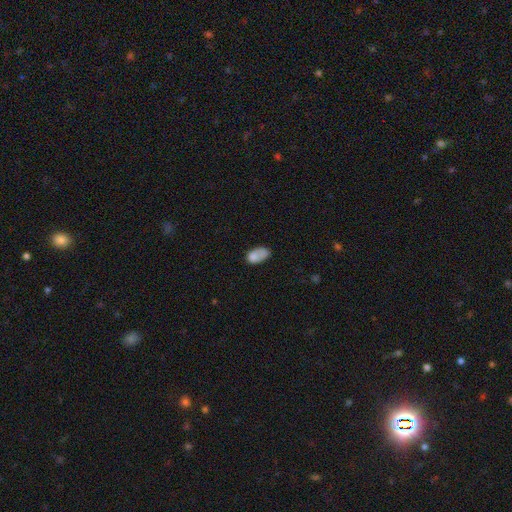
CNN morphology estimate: type=smooth (75%); roundness=in between (91%); merging=none (43%).